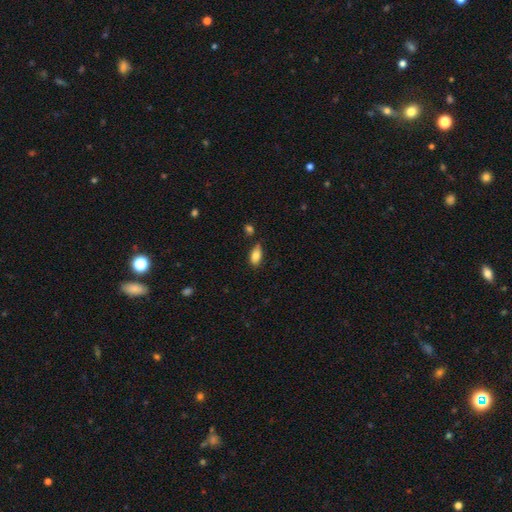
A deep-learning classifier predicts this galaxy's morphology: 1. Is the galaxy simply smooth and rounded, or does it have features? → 82% smooth, 11% featured or disk, 8% star or artifact.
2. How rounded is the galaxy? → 91% in between, 5% cigar-shaped, 4% round.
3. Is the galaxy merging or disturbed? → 66% none, 24% minor disturbance, 5% merger, 4% major disturbance.